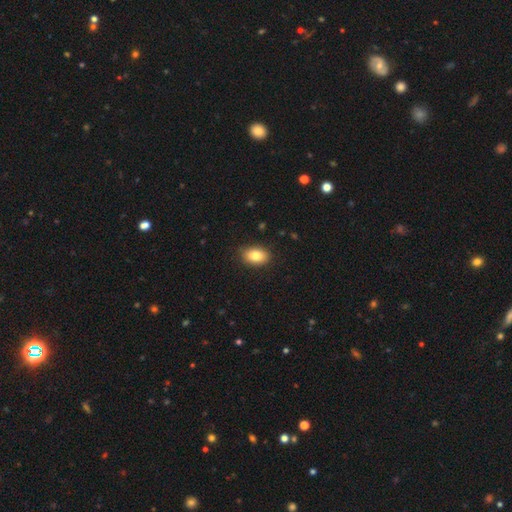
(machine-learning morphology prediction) Q: Smooth or featured?
A: smooth (83%); runner-up: featured or disk (9%)
Q: How rounded?
A: in between (85%); runner-up: round (13%)
Q: Merging?
A: none (87%); runner-up: minor disturbance (10%)